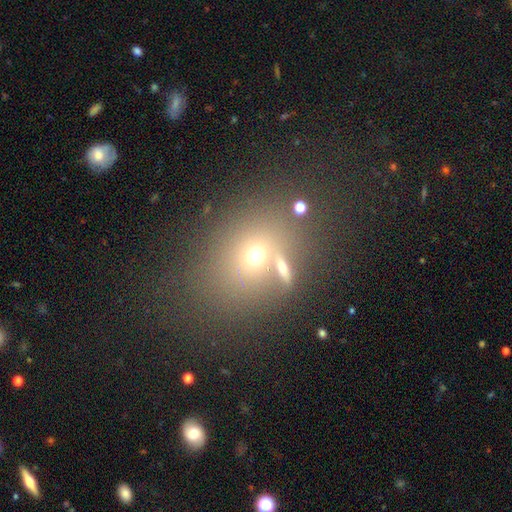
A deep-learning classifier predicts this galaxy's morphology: smooth 57%, star or artifact 25%, featured or disk 19%. Down the decision tree: how rounded — round (55%); merging — none (59%).